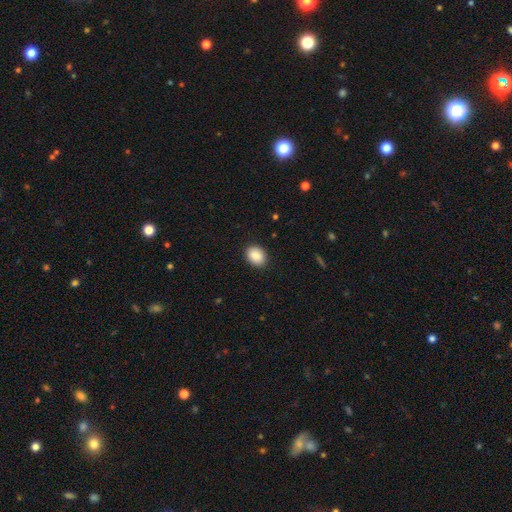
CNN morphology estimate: smooth 87%, star or artifact 8%, featured or disk 5%. Down the decision tree: how rounded — in between (51%); merging — none (90%).